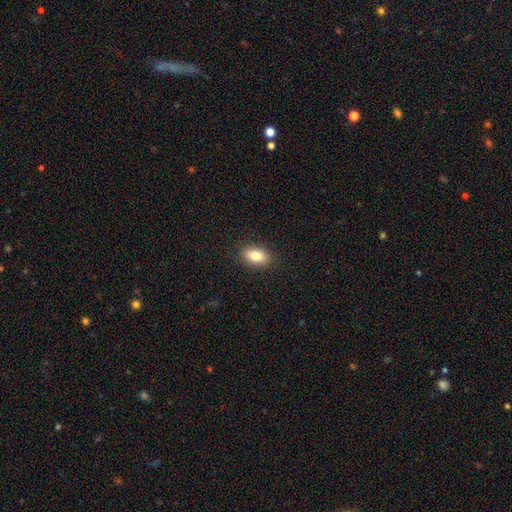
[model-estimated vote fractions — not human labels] This appears to be a smooth galaxy with no disk features (85%) that is in between round and cigar-shaped (89%). Merging: none (89%).